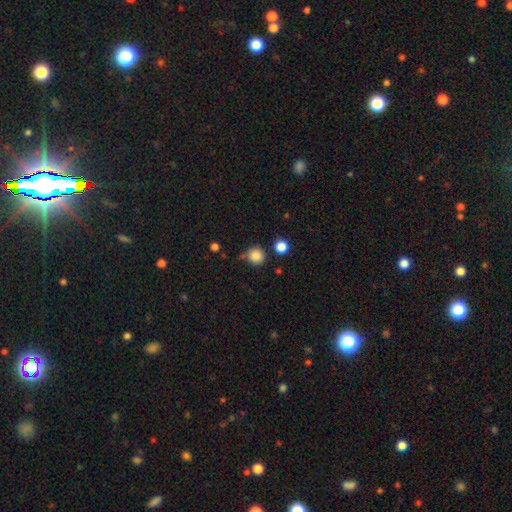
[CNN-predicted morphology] A smooth galaxy with no disk features (85%) that is round (92%).

Vote fractions:
- Smooth or featured? smooth: 85% / star or artifact: 11% / featured or disk: 4%
- How rounded? round: 92% / in between: 7% / cigar-shaped: 1%
- Merging? none: 73% / minor disturbance: 15% / merger: 7% / major disturbance: 4%